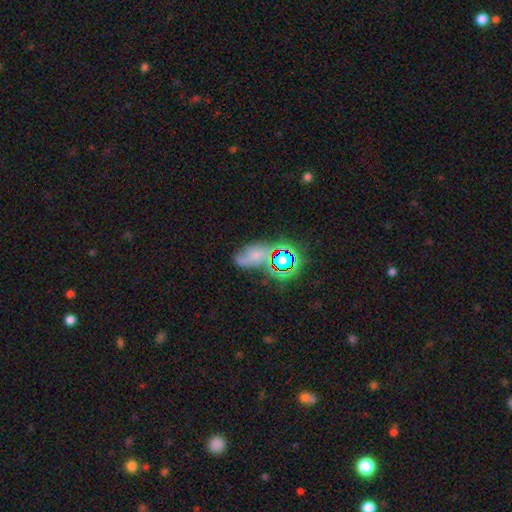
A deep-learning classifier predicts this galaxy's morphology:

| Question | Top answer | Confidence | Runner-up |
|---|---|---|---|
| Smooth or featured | smooth | 37% | featured or disk (33%) |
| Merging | none | 46% | minor disturbance (24%) |